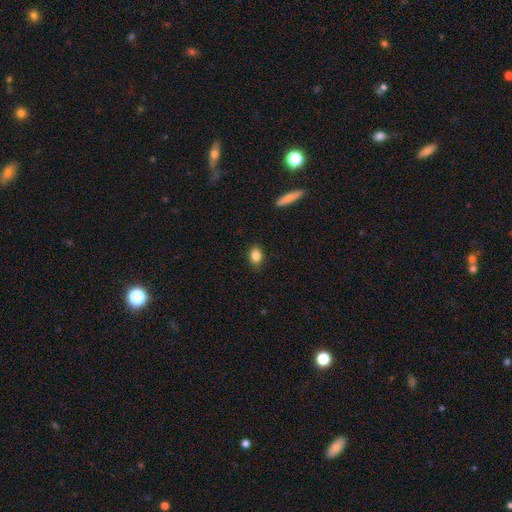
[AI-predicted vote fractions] Smooth or featured?
  - smooth: 85% *
  - star or artifact: 9%
  - featured or disk: 7%
How rounded?
  - in between: 74% *
  - round: 24%
  - cigar-shaped: 3%
Merging?
  - none: 85% *
  - minor disturbance: 12%
  - major disturbance: 2%
  - merger: 1%